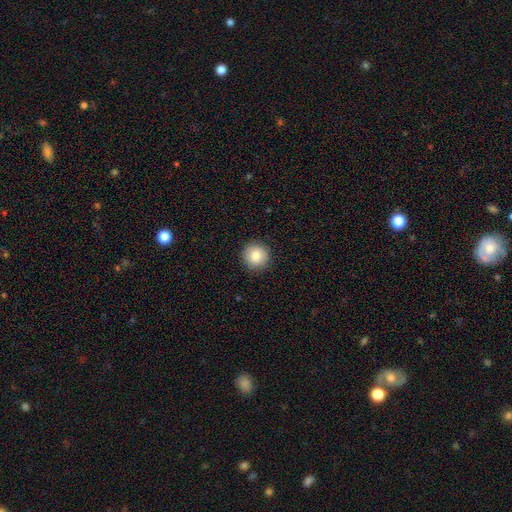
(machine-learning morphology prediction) Smooth or featured?
  - smooth: 83% *
  - star or artifact: 9%
  - featured or disk: 8%
How rounded?
  - round: 95% *
  - in between: 4%
  - cigar-shaped: 1%
Merging?
  - none: 92% *
  - minor disturbance: 6%
  - major disturbance: 2%
  - merger: 1%